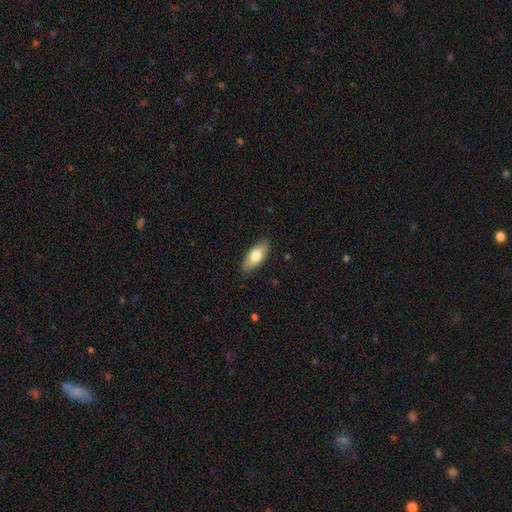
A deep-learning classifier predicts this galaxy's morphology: A smooth galaxy with no disk features (73%) that is in between round and cigar-shaped (80%).

Vote fractions:
- Smooth or featured? smooth: 73% / featured or disk: 21% / star or artifact: 6%
- How rounded? in between: 80% / cigar-shaped: 17% / round: 3%
- Merging? none: 86% / minor disturbance: 11% / major disturbance: 2% / merger: 1%